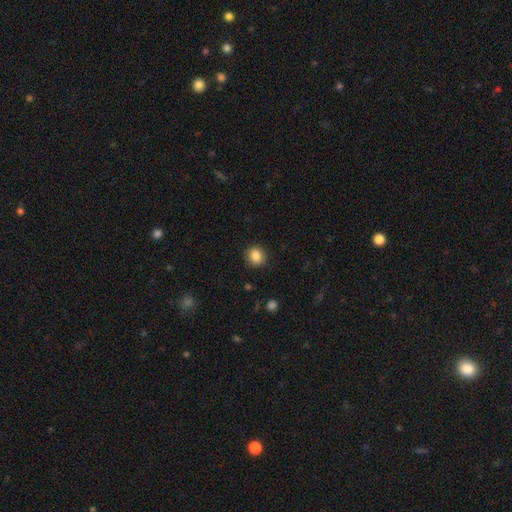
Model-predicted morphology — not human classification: Smooth or featured? smooth (85%)
How rounded? round (76%)
Merging? none (89%)